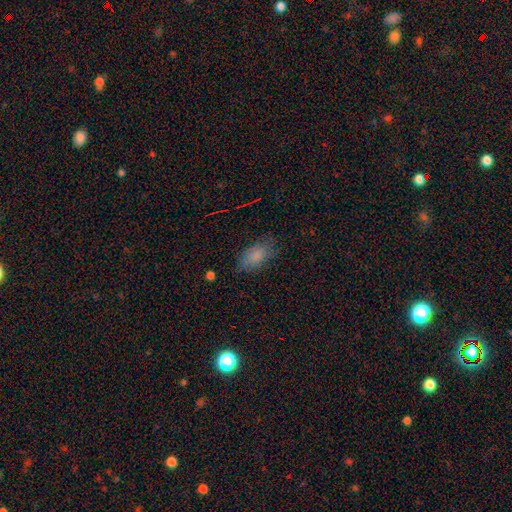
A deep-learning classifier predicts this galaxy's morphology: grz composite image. It shows a smooth galaxy with no disk features (79%) that is in between round and cigar-shaped (91%). Merging: none (70%).